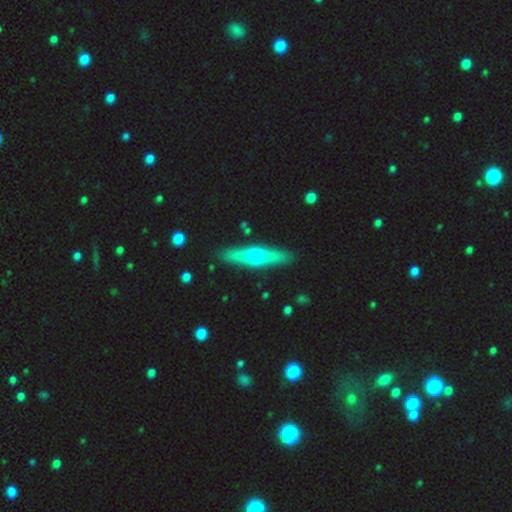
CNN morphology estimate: Smooth or featured: featured or disk — 57% (smooth — 37%)
Edge-on disk: yes — 91% (no — 9%)
Edge-on bulge: rounded — 93% (none — 4%)
Merging: none — 89% (minor disturbance — 7%)